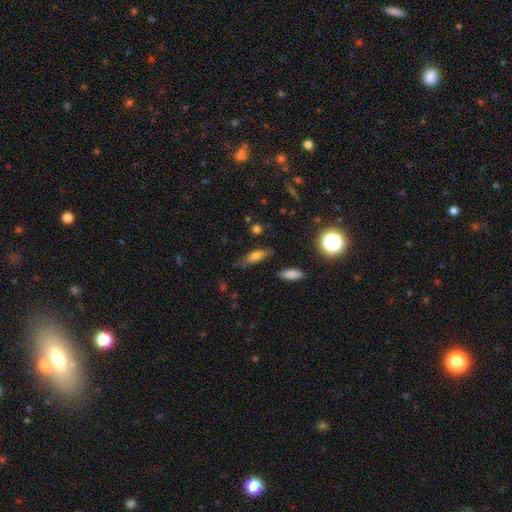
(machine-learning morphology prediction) This is likely a smooth galaxy (68%). How rounded: likely in between (66%). Merging: likely none (68%).